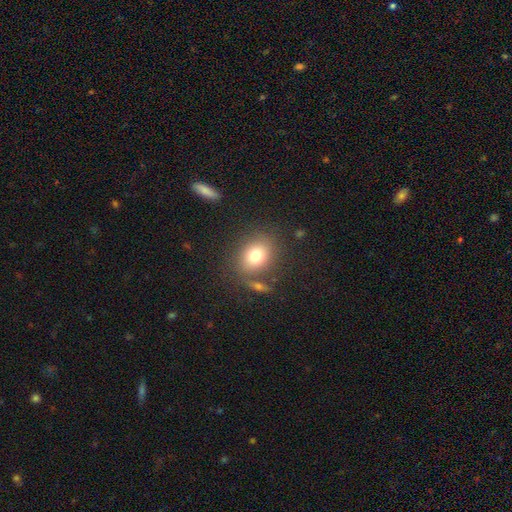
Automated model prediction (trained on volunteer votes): Smooth or featured?
  - smooth: 77% *
  - featured or disk: 12%
  - star or artifact: 11%
How rounded?
  - round: 57% *
  - in between: 42%
  - cigar-shaped: 1%
Merging?
  - none: 74% *
  - minor disturbance: 12%
  - merger: 9%
  - major disturbance: 5%